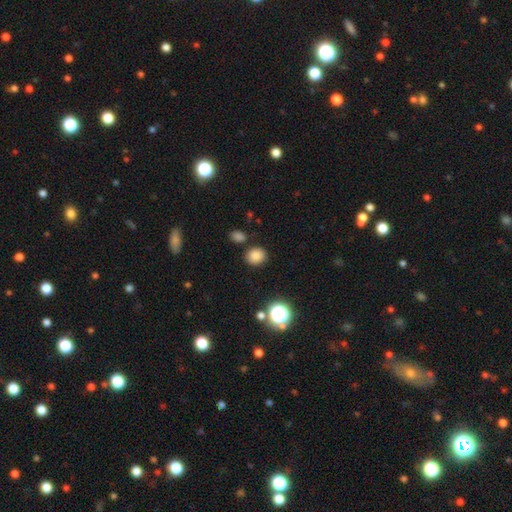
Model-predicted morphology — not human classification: Smooth or featured: smooth — 82% (star or artifact — 13%)
How rounded: round — 68% (in between — 31%)
Merging: none — 84% (minor disturbance — 9%)